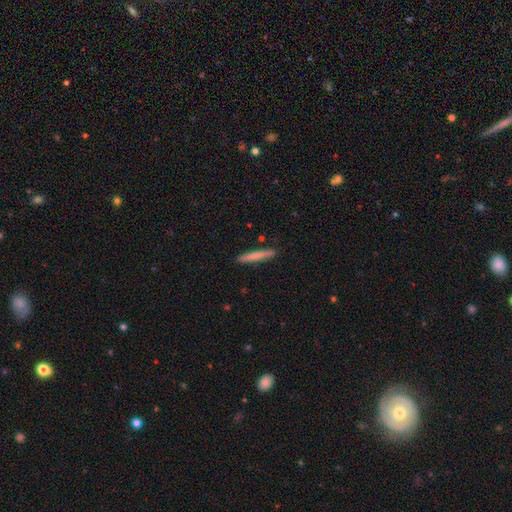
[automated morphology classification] smooth 75%, featured or disk 19%, star or artifact 5%. Down the decision tree: how rounded — cigar-shaped (96%); merging — none (90%).